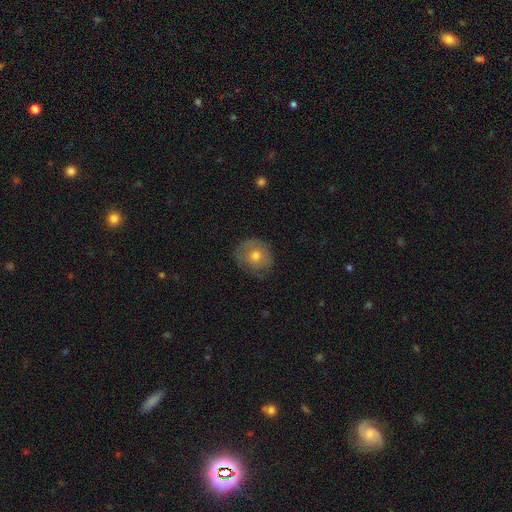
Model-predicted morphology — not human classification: This appears to be a smooth galaxy with no disk features (62%) that is round (81%). Merging: none (74%).